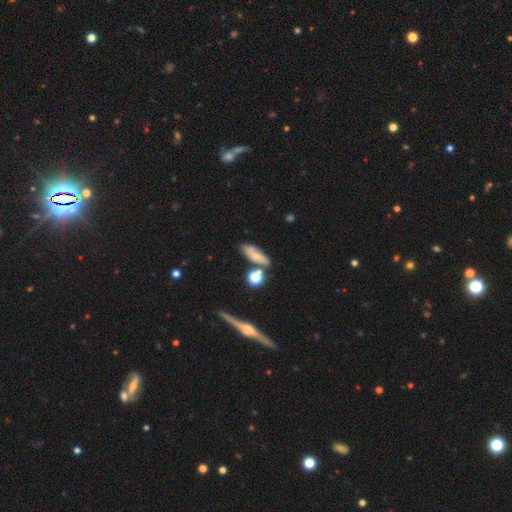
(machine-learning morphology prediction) Smooth or featured?
  - smooth: 60% *
  - featured or disk: 28%
  - star or artifact: 11%
How rounded?
  - in between: 60% *
  - cigar-shaped: 31%
  - round: 9%
Merging?
  - none: 63% *
  - minor disturbance: 18%
  - merger: 14%
  - major disturbance: 6%